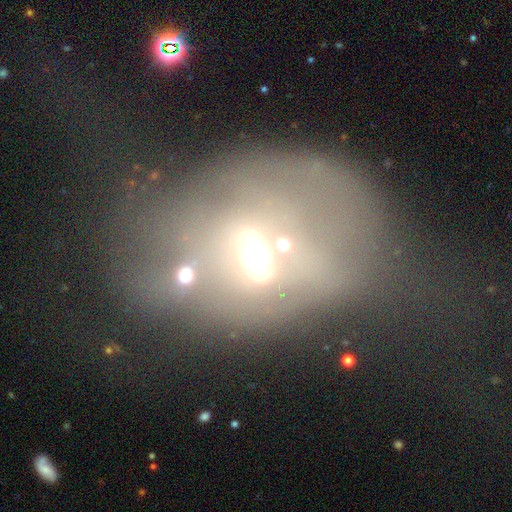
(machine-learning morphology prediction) The model was most divided on "merging": major disturbance: 35%, none: 29%, minor disturbance: 19%, merger: 16%. Remaining: smooth or featured — featured or disk (44%).